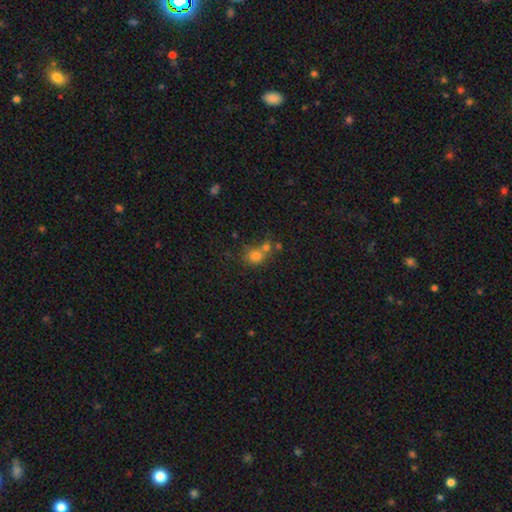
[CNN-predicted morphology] The model was most divided on "merging": merger: 42%, none: 40%, minor disturbance: 12%, major disturbance: 6%. More confident: smooth or featured — smooth (74%); how rounded — round (69%).